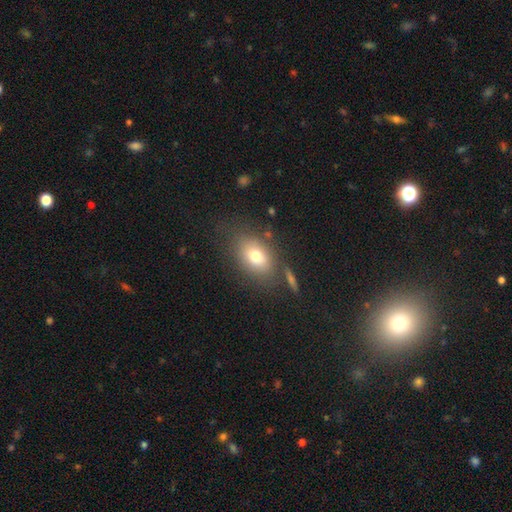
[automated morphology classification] smooth 75%, featured or disk 15%, star or artifact 10%. Down the decision tree: how rounded — in between (77%); merging — none (73%).